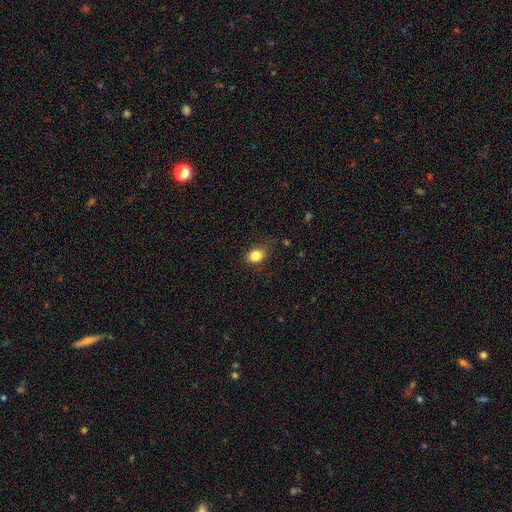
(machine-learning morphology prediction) This is clearly a smooth galaxy (84%). How rounded: possibly in between (53%). Merging: likely none (69%).